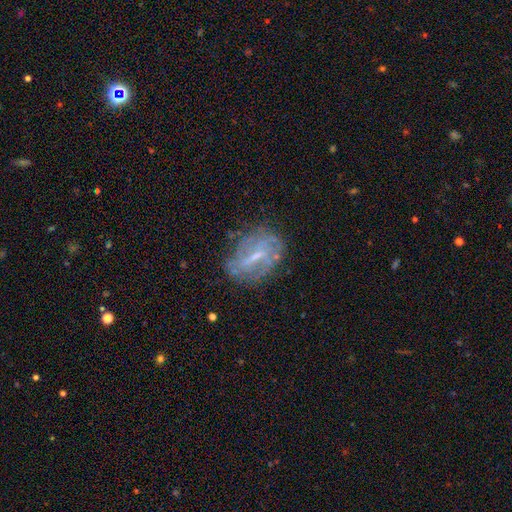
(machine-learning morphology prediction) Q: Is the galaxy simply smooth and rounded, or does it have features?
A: featured or disk — 72%.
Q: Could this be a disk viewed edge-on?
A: no — 95%.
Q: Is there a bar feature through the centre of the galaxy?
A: weak — 50%.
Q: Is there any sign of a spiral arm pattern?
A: yes — 65%.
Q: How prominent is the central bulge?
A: small — 51%.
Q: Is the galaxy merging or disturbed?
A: none — 66%.